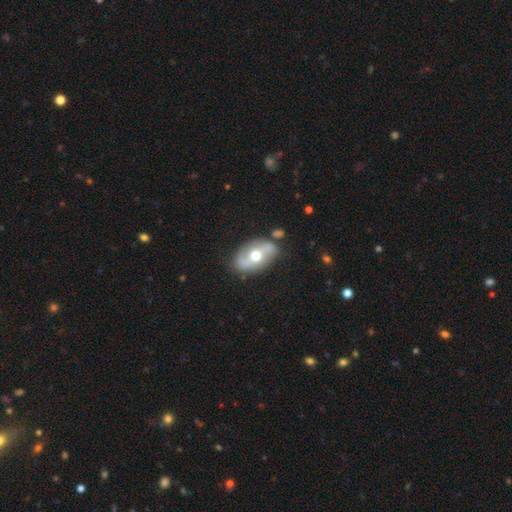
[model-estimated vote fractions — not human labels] Q: Smooth or featured?
A: featured or disk (66%); runner-up: smooth (28%)
Q: Edge-on disk?
A: no (91%); runner-up: yes (9%)
Q: Bar?
A: no (43%); runner-up: weak (32%)
Q: Spiral arms?
A: yes (64%); runner-up: no (36%)
Q: Bulge size?
A: moderate (77%); runner-up: large (12%)
Q: Merging?
A: none (78%); runner-up: minor disturbance (14%)